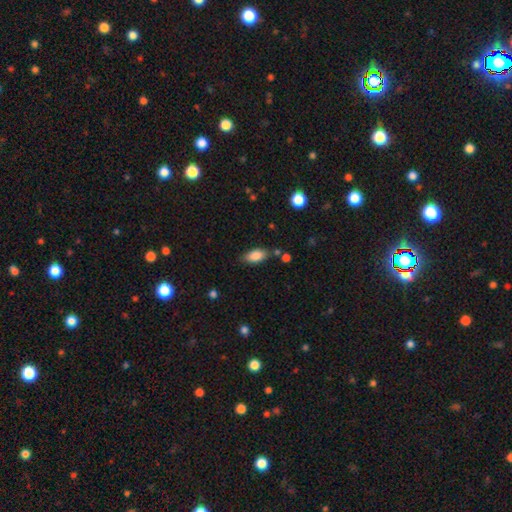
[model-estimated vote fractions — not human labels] Smooth or featured? Predicted: smooth (p=0.85). How rounded? Predicted: in between (p=0.89). Merging? Predicted: none (p=0.76).